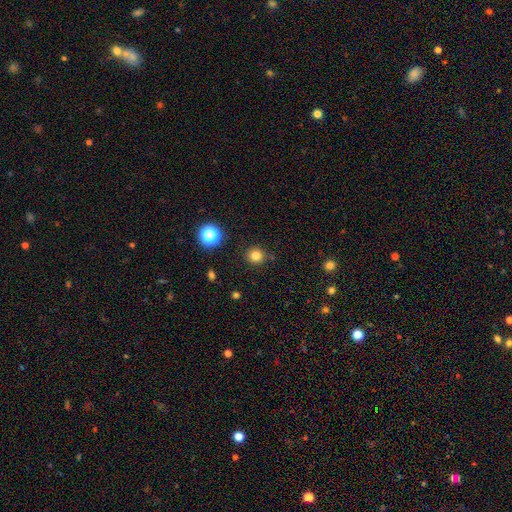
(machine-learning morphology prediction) Smooth or featured: smooth — 80% (star or artifact — 15%)
How rounded: round — 93% (in between — 6%)
Merging: none — 88% (minor disturbance — 7%)